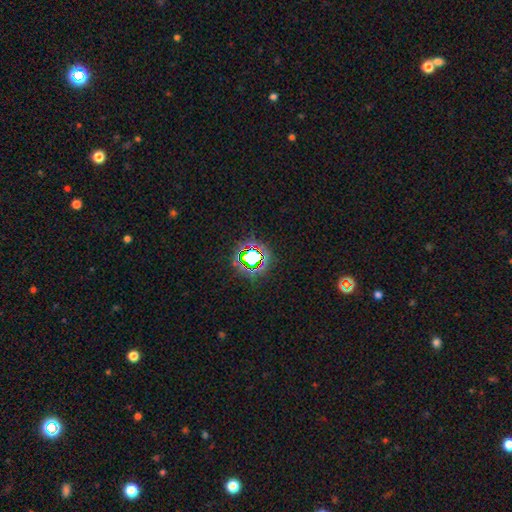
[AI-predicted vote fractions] star or artifact 68%, smooth 21%, featured or disk 11%.